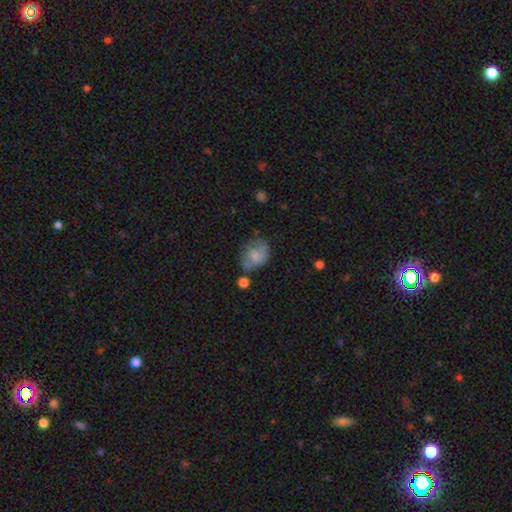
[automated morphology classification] smooth 60%, featured or disk 32%, star or artifact 9%. Down the decision tree: how rounded — in between (53%); merging — none (43%).